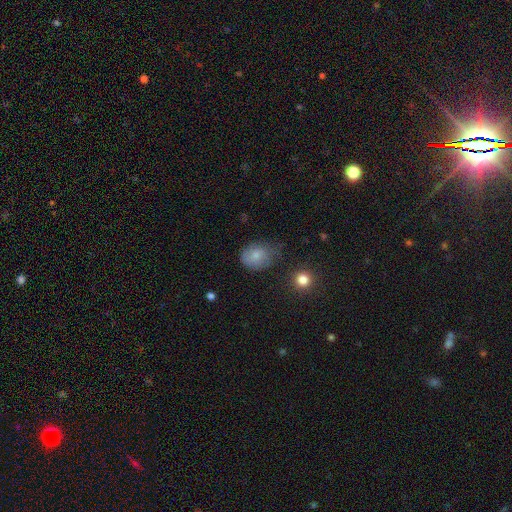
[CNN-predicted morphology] Smooth or featured? Predicted: smooth (p=0.77). How rounded? Predicted: round (p=0.51). Merging? Predicted: none (p=0.56).